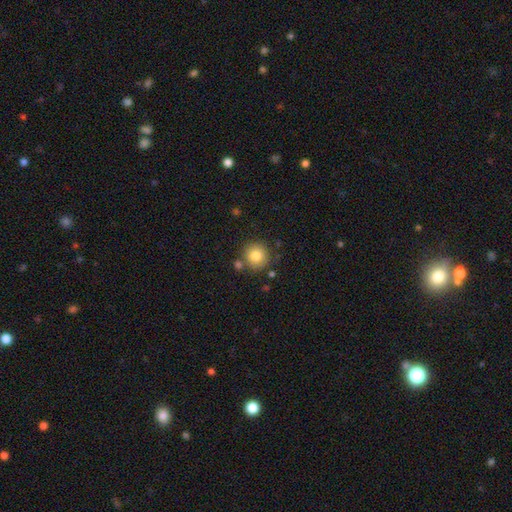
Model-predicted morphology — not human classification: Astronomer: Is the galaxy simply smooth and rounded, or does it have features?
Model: smooth — 81%.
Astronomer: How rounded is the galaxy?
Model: round — 93%.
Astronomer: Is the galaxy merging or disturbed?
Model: none — 79%.